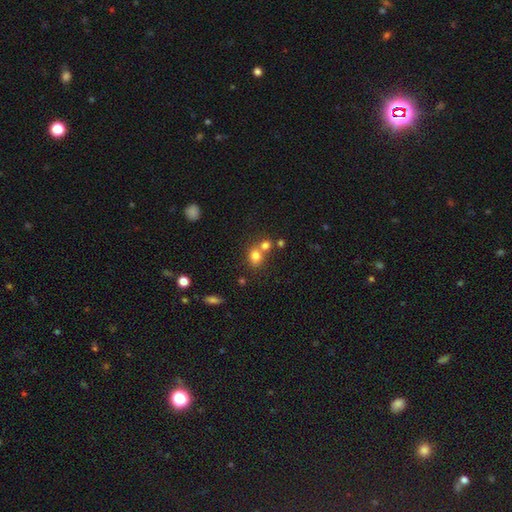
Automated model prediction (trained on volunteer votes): Smooth or featured: smooth — 77% (star or artifact — 13%)
How rounded: round — 62% (in between — 37%)
Merging: none — 44% (tied with merger — 44%)